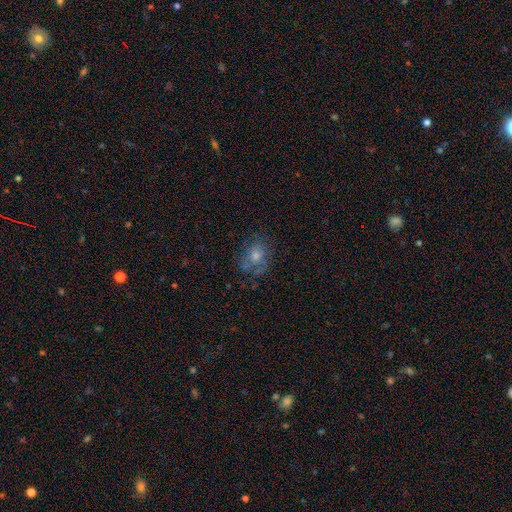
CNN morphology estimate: This is marginally a smooth galaxy (44%). Merging: likely none (65%).